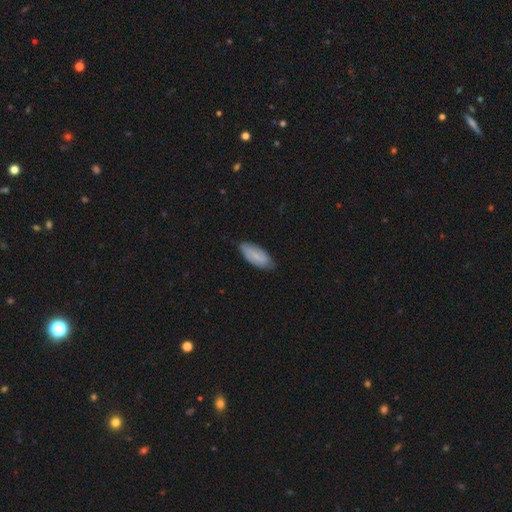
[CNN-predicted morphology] Smooth or featured: smooth — 69% (featured or disk — 24%)
How rounded: in between — 85% (cigar-shaped — 13%)
Merging: none — 77% (minor disturbance — 19%)